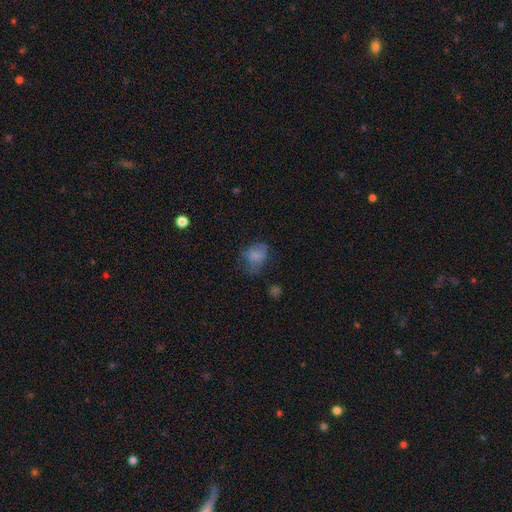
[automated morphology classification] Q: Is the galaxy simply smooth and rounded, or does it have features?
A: smooth — 74%.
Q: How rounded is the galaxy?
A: in between — 64%.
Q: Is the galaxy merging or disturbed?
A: none — 44%.